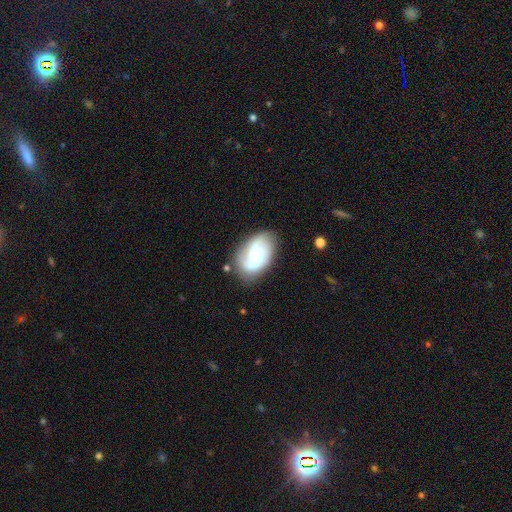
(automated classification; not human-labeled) This appears to be a featured or disk galaxy (55%) with no bar (68%), spiral arms (76%) and a small central bulge (51%). Merging: none (67%).